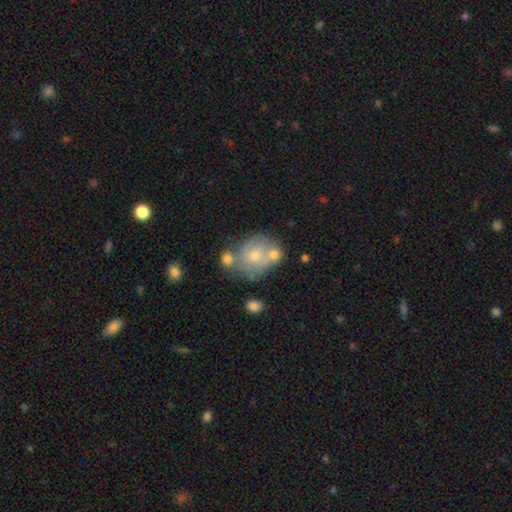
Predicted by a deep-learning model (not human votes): Smooth or featured?
  - smooth: 50% *
  - featured or disk: 41%
  - star or artifact: 9%
How rounded?
  - round: 61% *
  - in between: 38%
  - cigar-shaped: 1%
Merging?
  - none: 40% *
  - merger: 32%
  - minor disturbance: 19%
  - major disturbance: 9%